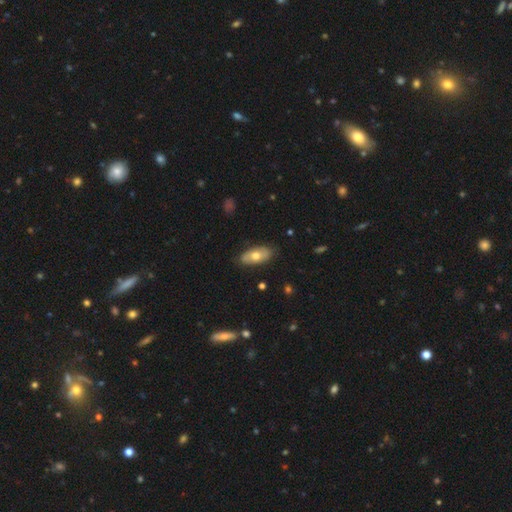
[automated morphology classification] smooth_or_featured: smooth (p=0.60) [alt: featured or disk p=0.34]
how_rounded: in between (p=0.90) [alt: cigar-shaped p=0.07]
merging: none (p=0.82) [alt: minor disturbance p=0.14]